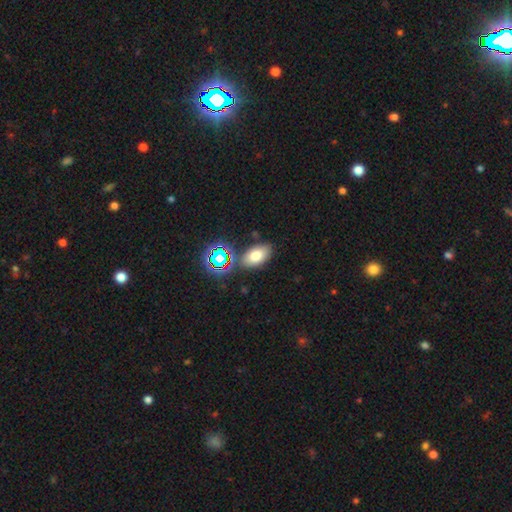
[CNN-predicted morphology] This appears to be a smooth galaxy with no disk features (70%) that is in between round and cigar-shaped (89%). Merging: none (77%).